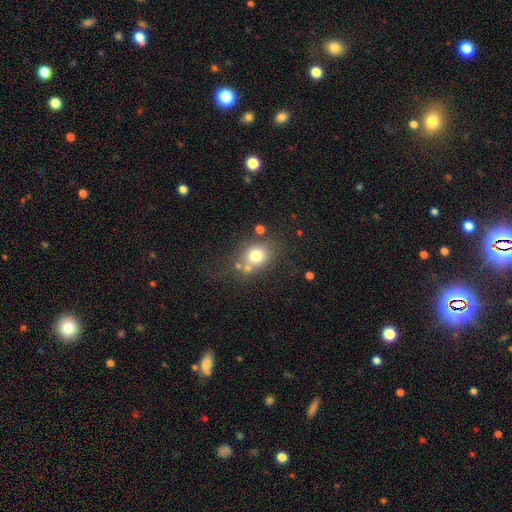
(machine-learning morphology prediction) type=smooth (74%); roundness=round (69%); merging=none (59%).